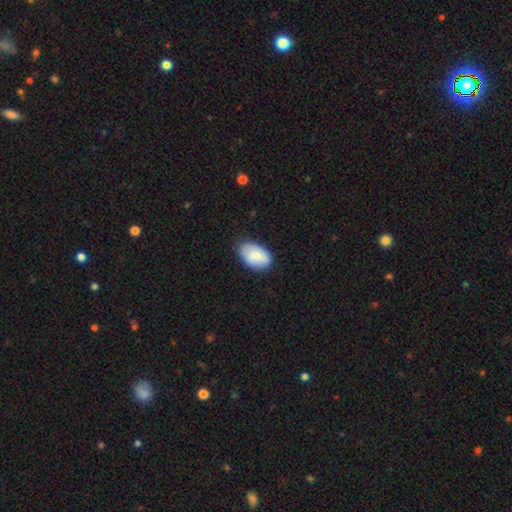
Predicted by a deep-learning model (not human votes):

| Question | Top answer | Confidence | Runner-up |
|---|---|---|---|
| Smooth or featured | smooth | 72% | featured or disk (22%) |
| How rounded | in between | 92% | round (7%) |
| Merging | none | 72% | minor disturbance (23%) |